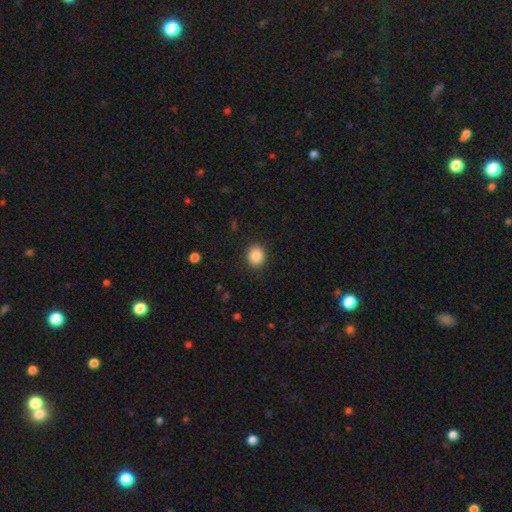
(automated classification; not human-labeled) This appears to be a smooth galaxy with no disk features (87%) that is round (74%). Merging: none (89%).